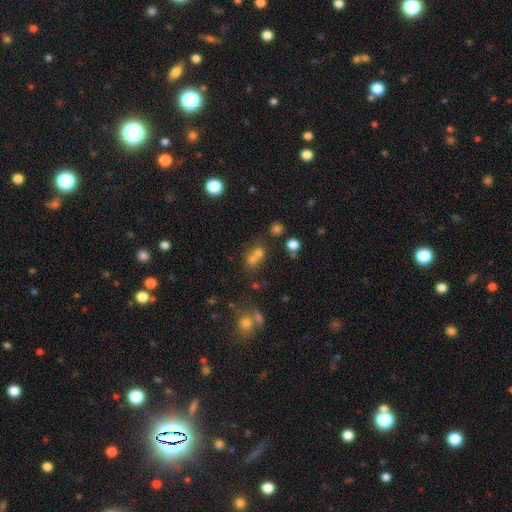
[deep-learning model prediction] smooth_or_featured: smooth (p=0.65) [alt: star or artifact p=0.20]
how_rounded: round (p=0.76) [alt: in between p=0.23]
merging: merger (p=0.54) [alt: none p=0.36]